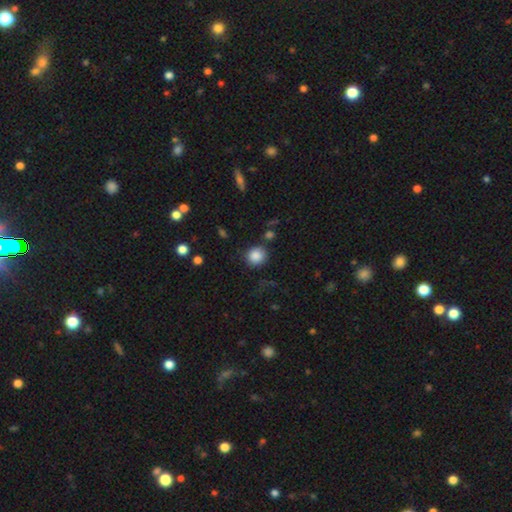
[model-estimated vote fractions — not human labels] Morphology: type=smooth (87%); roundness=round (88%); merging=none (81%).